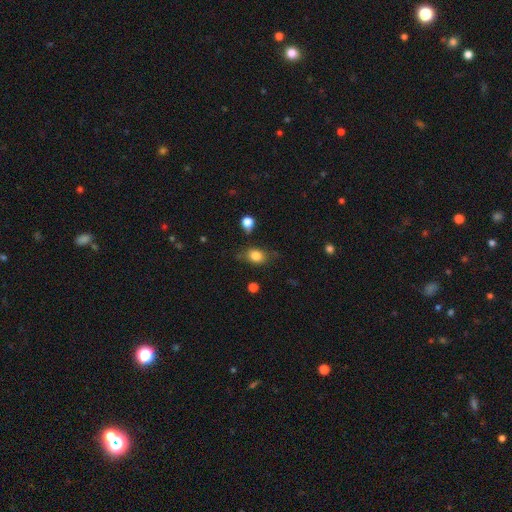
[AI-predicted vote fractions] This is clearly a smooth galaxy (81%). How rounded: likely in between (66%). Merging: likely none (68%).